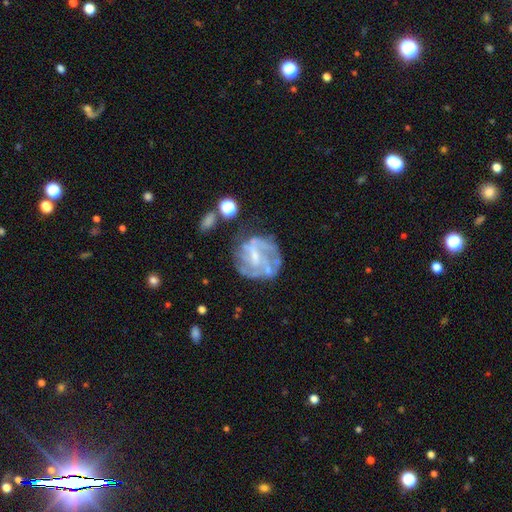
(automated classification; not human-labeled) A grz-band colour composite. It shows a featured or disk galaxy (76%) with a weak bar (47%), tight (41%) spiral arms (69%) and a small central bulge (45%). Merging: none (53%).